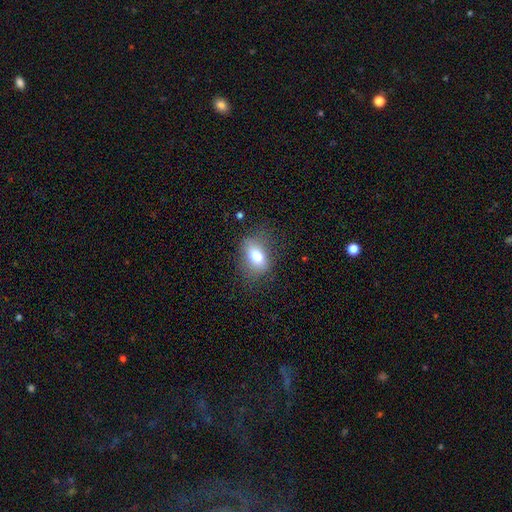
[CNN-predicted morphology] type=smooth (72%); roundness=in between (75%); merging=none (71%).